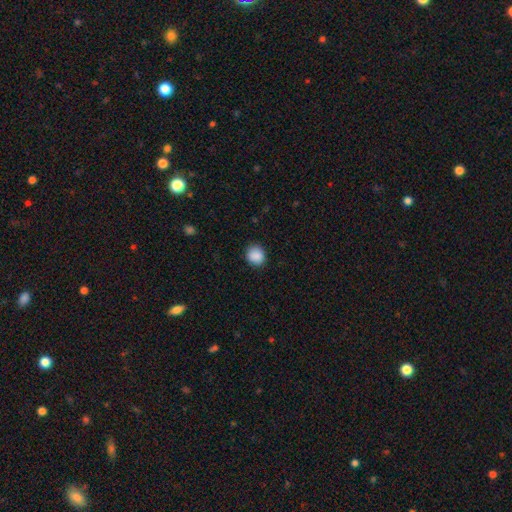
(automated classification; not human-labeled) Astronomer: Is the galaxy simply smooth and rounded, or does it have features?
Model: smooth — 89%.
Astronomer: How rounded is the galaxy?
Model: round — 82%.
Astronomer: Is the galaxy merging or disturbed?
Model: none — 88%.